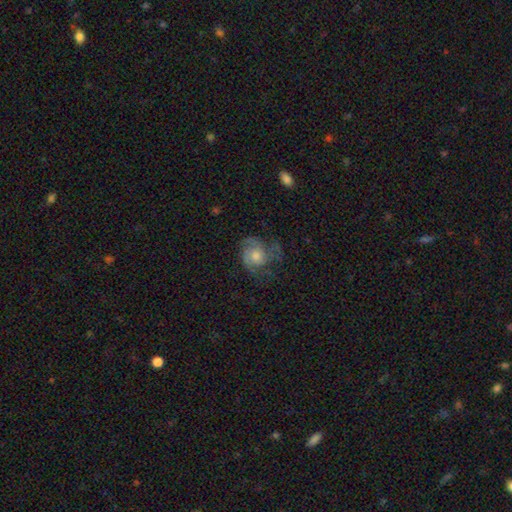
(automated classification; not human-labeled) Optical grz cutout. It shows a featured or disk galaxy (65%) with no bar (78%), 3 (31%) medium (44%) spiral arms (87%) and a moderate central bulge (58%). Merging: none (57%).